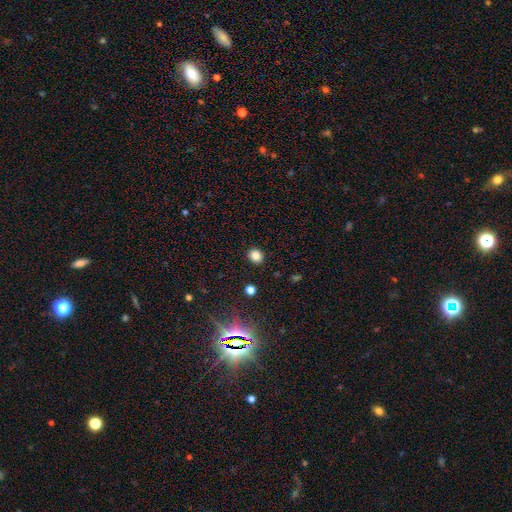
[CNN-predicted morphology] A smooth galaxy with no disk features (84%) that is round (71%).

Vote fractions:
- Smooth or featured? smooth: 84% / star or artifact: 12% / featured or disk: 4%
- How rounded? round: 71% / in between: 28% / cigar-shaped: 1%
- Merging? none: 90% / minor disturbance: 7% / major disturbance: 2% / merger: 1%